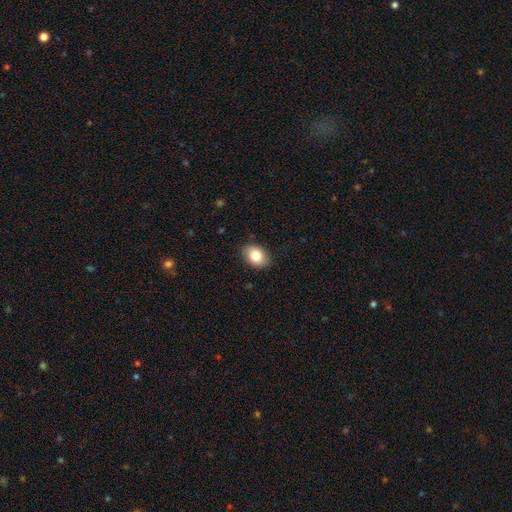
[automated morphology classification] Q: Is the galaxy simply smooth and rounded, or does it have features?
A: smooth — 83%.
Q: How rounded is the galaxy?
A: in between — 76%.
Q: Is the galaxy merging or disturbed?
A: none — 86%.